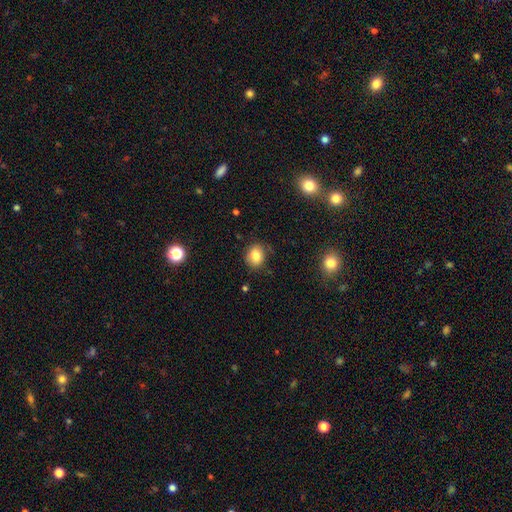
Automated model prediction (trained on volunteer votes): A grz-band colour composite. It shows a smooth galaxy with no disk features (82%) that is round (61%). Merging: none (79%).